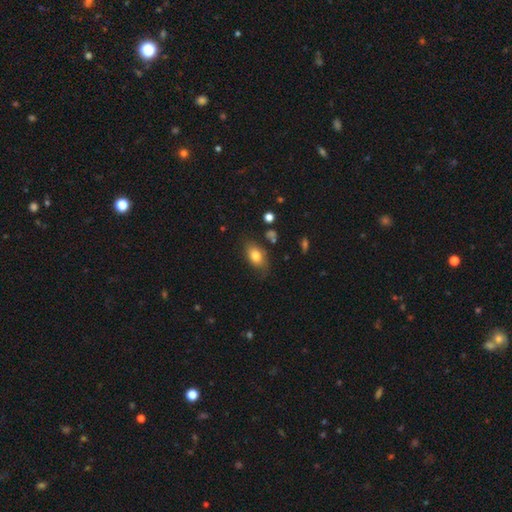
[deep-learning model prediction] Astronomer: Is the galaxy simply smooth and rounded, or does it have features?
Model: smooth — 78%.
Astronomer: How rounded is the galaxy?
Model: in between — 85%.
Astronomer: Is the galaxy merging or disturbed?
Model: none — 70%.